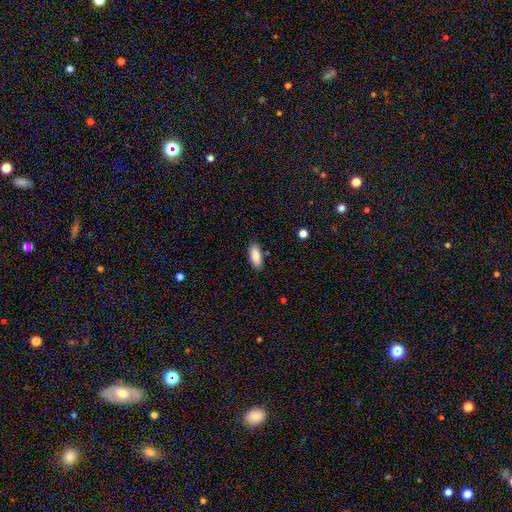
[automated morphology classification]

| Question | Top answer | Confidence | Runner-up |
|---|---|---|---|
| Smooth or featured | smooth | 88% | star or artifact (7%) |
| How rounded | in between | 84% | cigar-shaped (14%) |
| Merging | none | 85% | minor disturbance (11%) |